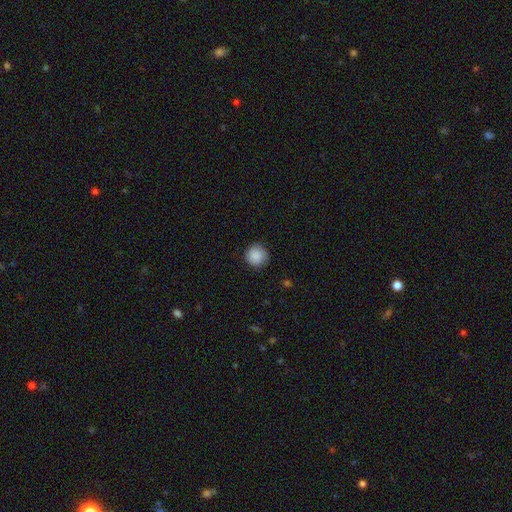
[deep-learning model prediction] smooth_or_featured: smooth (p=0.89) [alt: star or artifact p=0.07]
how_rounded: round (p=0.94) [alt: in between p=0.05]
merging: none (p=0.88) [alt: minor disturbance p=0.09]